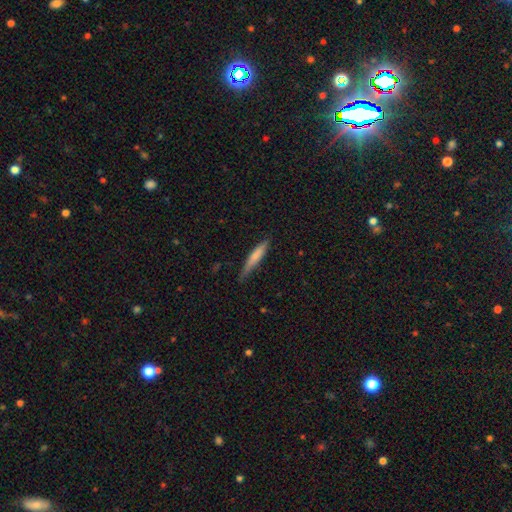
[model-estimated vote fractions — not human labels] This appears to be a smooth galaxy with no disk features (72%) that is cigar-shaped (90%). Merging: none (71%).